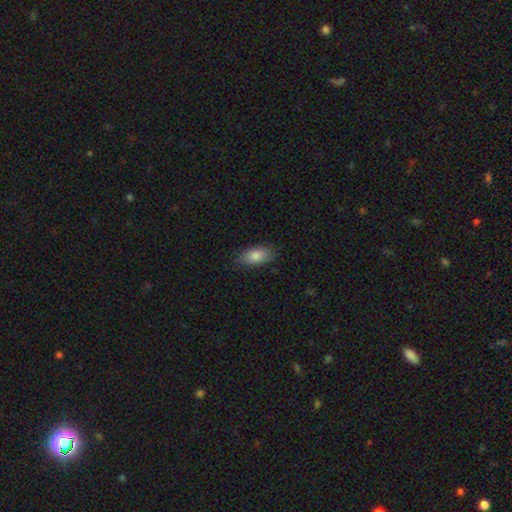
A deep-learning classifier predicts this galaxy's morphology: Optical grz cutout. It shows a smooth galaxy with no disk features (84%) that is in between round and cigar-shaped (90%). Merging: none (84%).